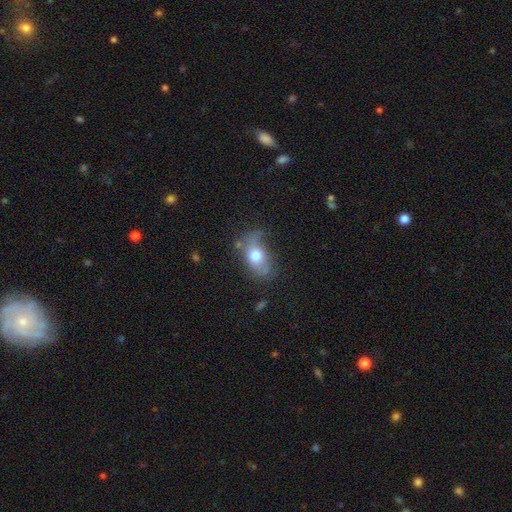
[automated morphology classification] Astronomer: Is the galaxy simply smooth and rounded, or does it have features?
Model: smooth — 64%.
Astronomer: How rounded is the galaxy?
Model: in between — 76%.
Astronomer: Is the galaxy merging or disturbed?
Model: none — 49% (runner-up: minor disturbance, 30%).